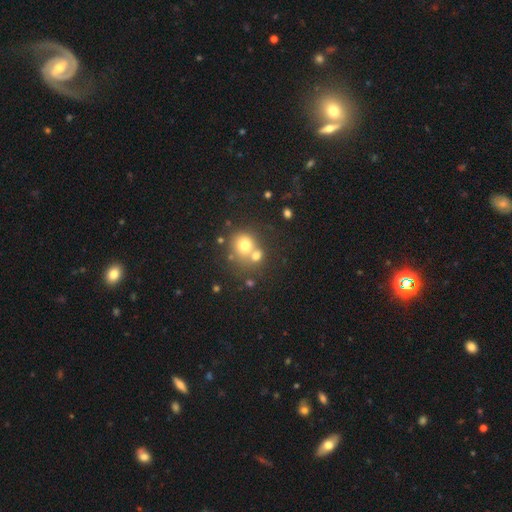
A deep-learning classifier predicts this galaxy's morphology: A smooth galaxy with no disk features (71%) that is round (78%).

Vote fractions:
- Smooth or featured? smooth: 71% / featured or disk: 15% / star or artifact: 14%
- How rounded? round: 78% / in between: 21% / cigar-shaped: 1%
- Merging? merger: 45% / none: 42% / minor disturbance: 8% / major disturbance: 4%